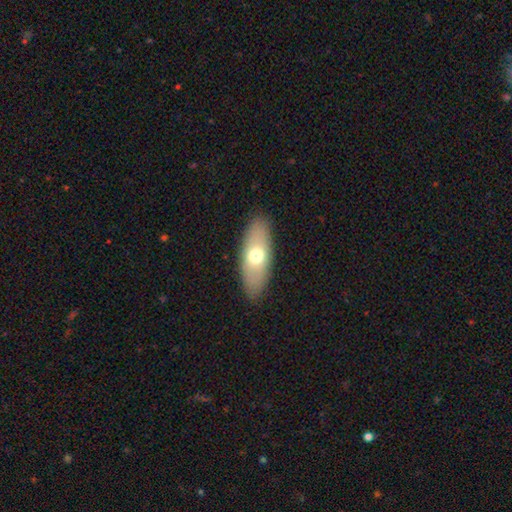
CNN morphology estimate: Smooth or featured? smooth (64%)
How rounded? in between (78%)
Merging? none (87%)